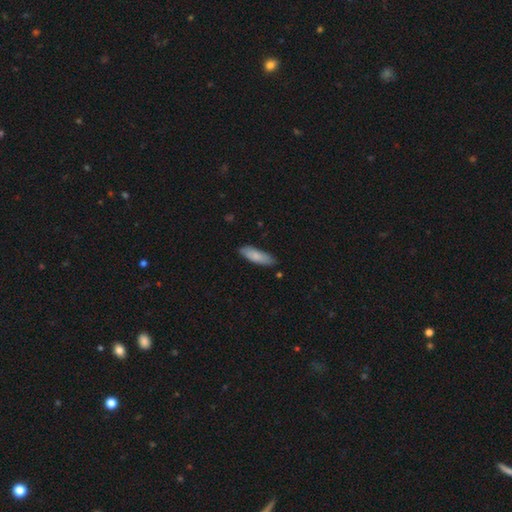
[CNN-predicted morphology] Smooth or featured? smooth (81%)
How rounded? in between (51%)
Merging? none (79%)